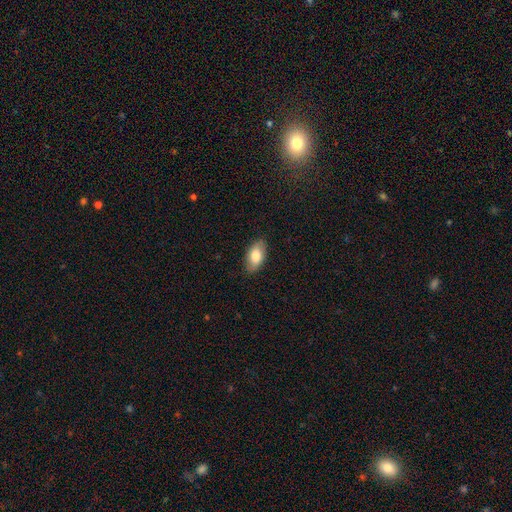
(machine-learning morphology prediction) A smooth galaxy with no disk features (78%) that is in between round and cigar-shaped (93%). Merging: none (86%).